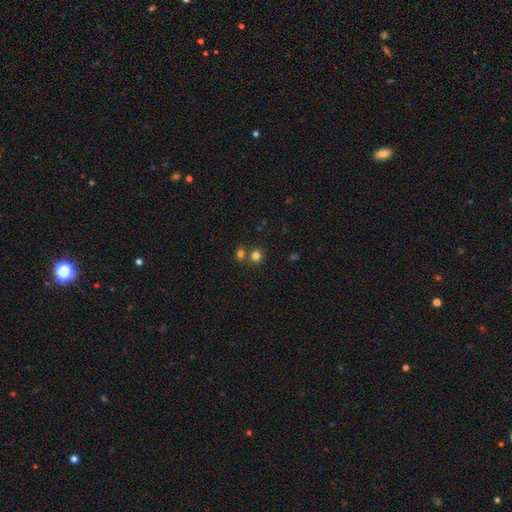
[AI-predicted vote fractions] A smooth galaxy with no disk features (79%) that is round (85%).

Vote fractions:
- Smooth or featured? smooth: 79% / star or artifact: 15% / featured or disk: 6%
- How rounded? round: 85% / in between: 15% / cigar-shaped: 1%
- Merging? none: 65% / merger: 26% / minor disturbance: 7% / major disturbance: 3%